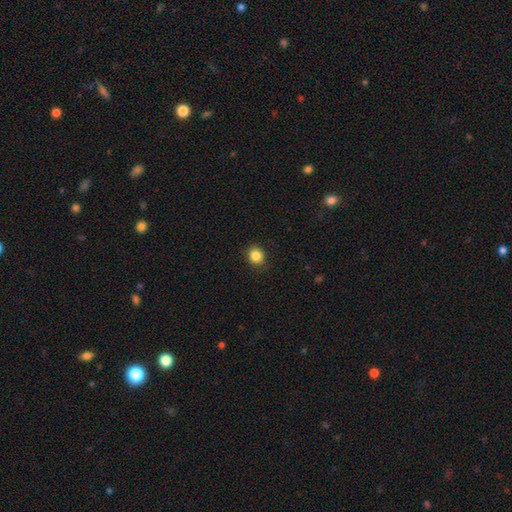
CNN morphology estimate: A smooth galaxy with no disk features (85%) that is round (79%). Merging: none (89%).